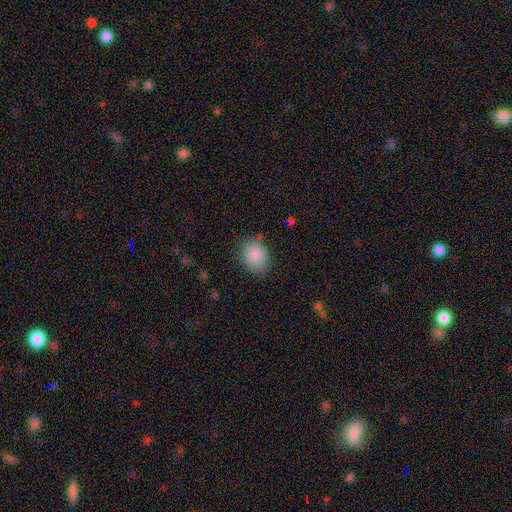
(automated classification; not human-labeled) smooth-or-featured: smooth: 87% | star or artifact: 8% | featured or disk: 5%
  how-rounded: in between: 52% | round: 47% | cigar-shaped: 1%
  merging: none: 75% | minor disturbance: 18% | major disturbance: 5% | merger: 1%